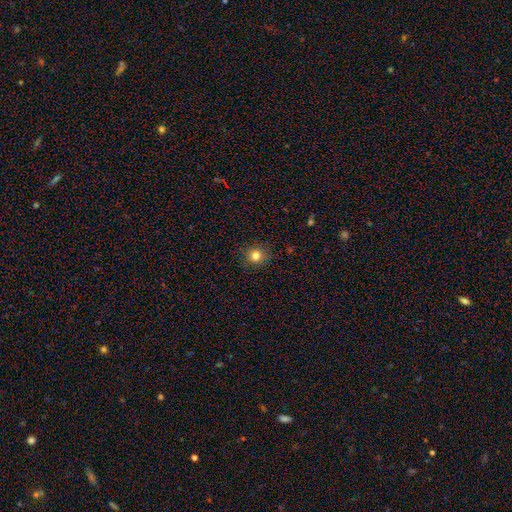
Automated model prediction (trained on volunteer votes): A smooth galaxy with no disk features (82%) that is round (89%). Merging: none (89%).